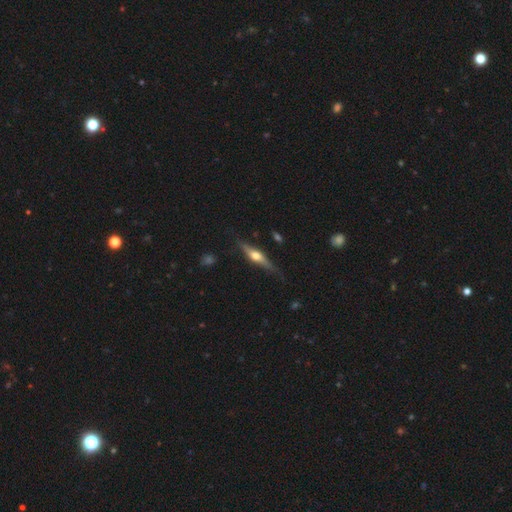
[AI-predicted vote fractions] Smooth or featured?
  - featured or disk: 68% *
  - smooth: 26%
  - star or artifact: 6%
Edge-on disk?
  - yes: 96% *
  - no: 4%
Edge-on bulge?
  - rounded: 93% *
  - boxy: 4%
  - none: 3%
Merging?
  - none: 78% *
  - minor disturbance: 16%
  - major disturbance: 4%
  - merger: 2%